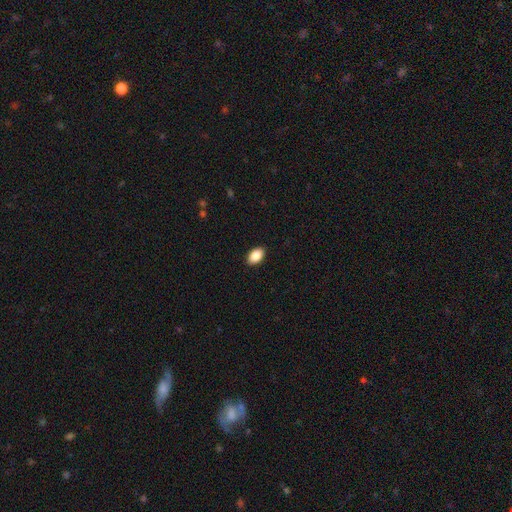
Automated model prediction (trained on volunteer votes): The model was most divided on "smooth or featured": smooth: 88%, star or artifact: 7%, featured or disk: 5%. More confident: how rounded — in between (91%); merging — none (90%).